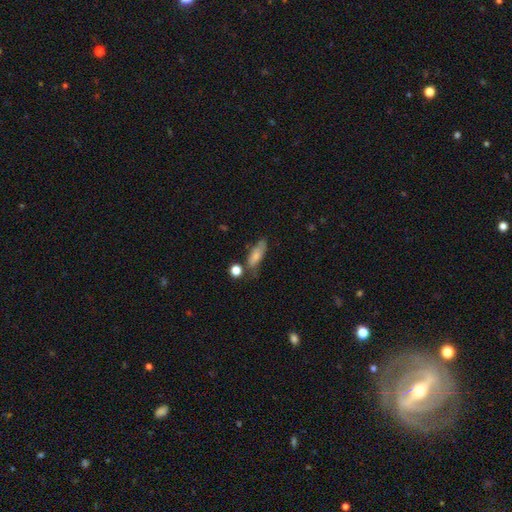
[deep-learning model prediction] This is likely a smooth galaxy (74%). How rounded: likely in between (60%). Merging: possibly none (48%).